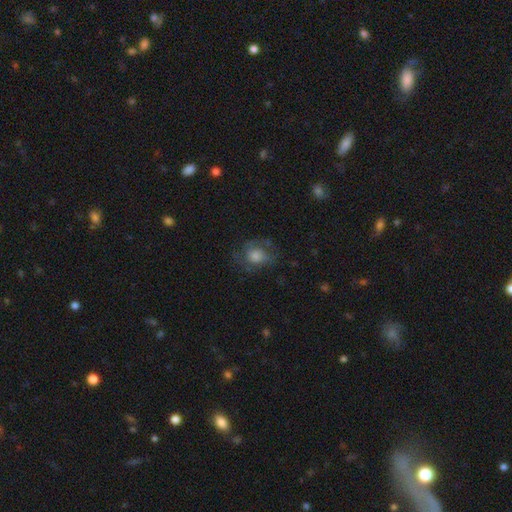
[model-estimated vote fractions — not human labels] Smooth or featured? smooth (56%)
How rounded? round (63%)
Merging? none (58%)